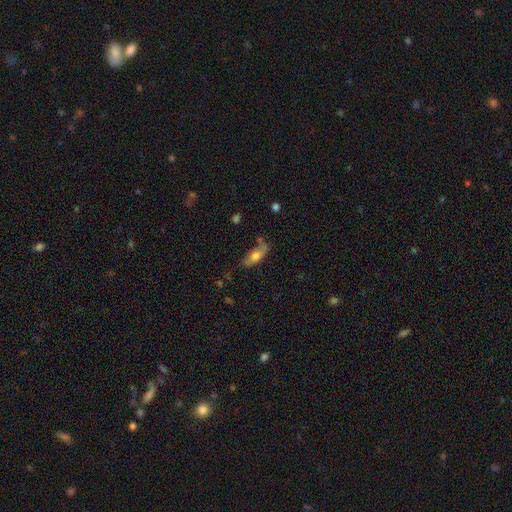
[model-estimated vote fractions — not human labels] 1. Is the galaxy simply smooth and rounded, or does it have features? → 67% smooth, 26% featured or disk, 7% star or artifact.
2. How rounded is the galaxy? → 75% in between, 21% cigar-shaped, 4% round.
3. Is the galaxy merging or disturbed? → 58% none, 25% minor disturbance, 9% merger, 8% major disturbance.